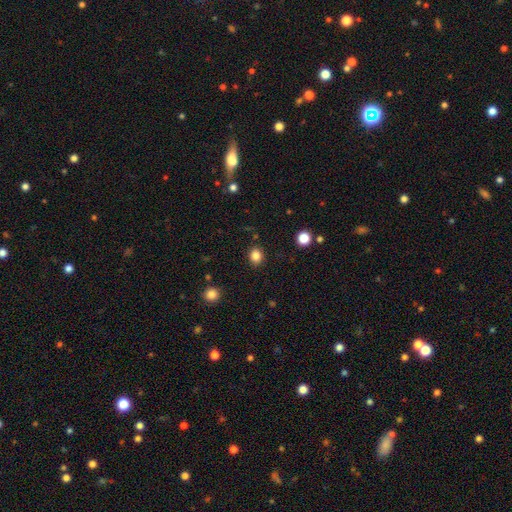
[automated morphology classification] type=smooth (84%); roundness=round (67%); merging=none (89%).